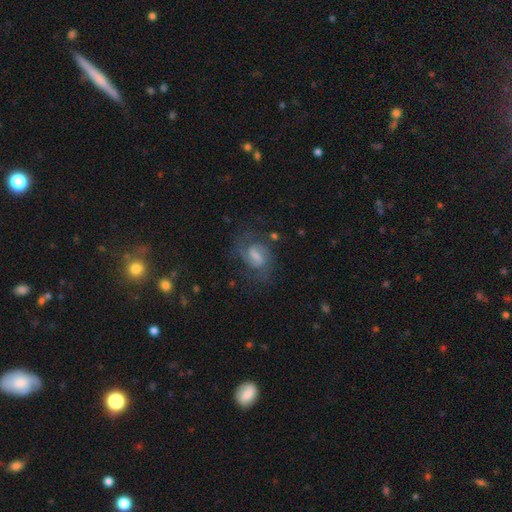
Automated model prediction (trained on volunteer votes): A featured or disk galaxy (70%) with a weak bar (55%), 2 (72%) medium (50%) spiral arms (92%) and a small central bulge (34%).

Vote fractions:
- Smooth or featured? featured or disk: 70% / smooth: 17% / star or artifact: 13%
- Edge-on disk? no: 96% / yes: 4%
- Bar? weak: 55% / strong: 24% / no: 21%
- Spiral arms? yes: 92% / no: 8%
- Spiral winding? medium: 50% / tight: 32% / loose: 18%
- Spiral arm count? 2: 72% / can't tell: 15% / 3: 6% / 1: 4% / 4: 2% / more than 4: 2%
- Bulge size? small: 34% / moderate: 32% / none: 21% / large: 11% / dominant: 2%
- Merging? none: 68% / minor disturbance: 17% / major disturbance: 13% / merger: 2%